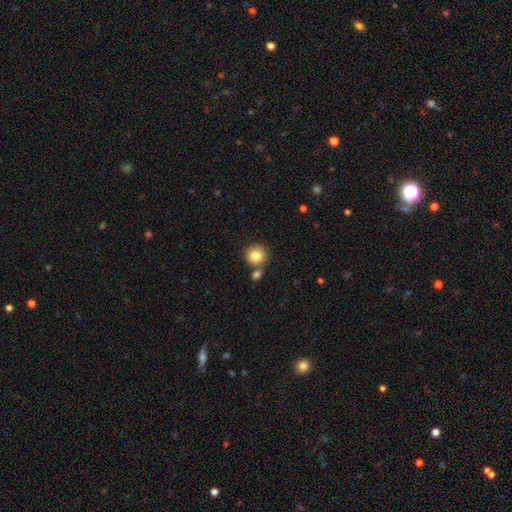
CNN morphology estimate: smooth_or_featured: smooth (p=0.82) [alt: star or artifact p=0.10]
how_rounded: round (p=0.94) [alt: in between p=0.05]
merging: none (p=0.74) [alt: merger p=0.16]